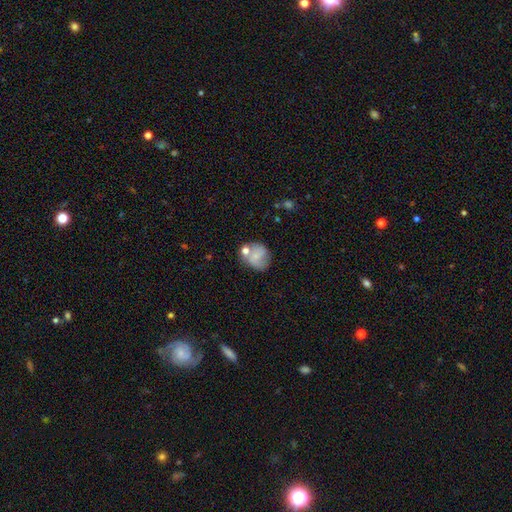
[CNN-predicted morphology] Q: Smooth or featured?
A: smooth (61%); runner-up: featured or disk (30%)
Q: How rounded?
A: round (72%); runner-up: in between (27%)
Q: Merging?
A: none (52%); runner-up: minor disturbance (21%)